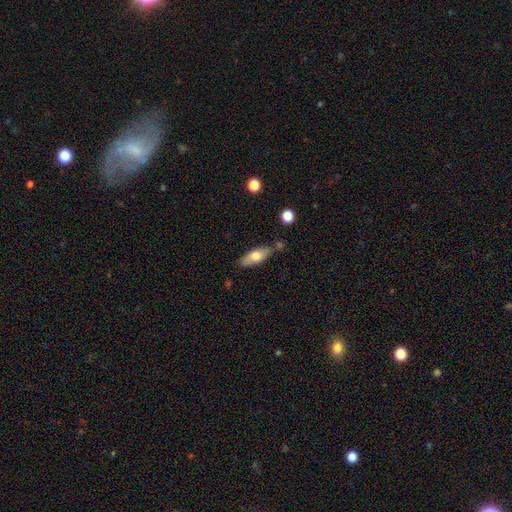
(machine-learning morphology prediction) Smooth or featured? smooth (67%)
How rounded? in between (68%)
Merging? none (73%)